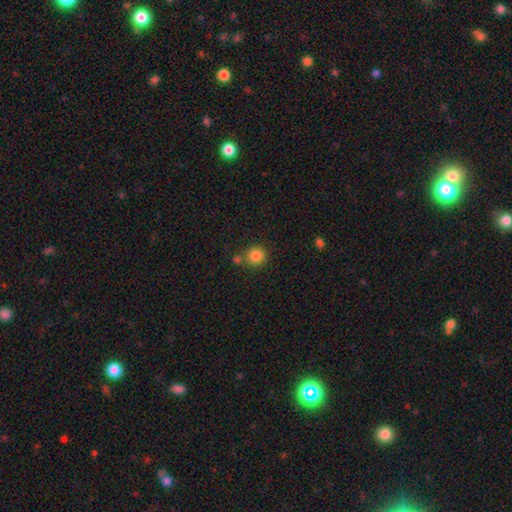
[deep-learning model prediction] Q: Smooth or featured?
A: smooth (84%); runner-up: star or artifact (11%)
Q: How rounded?
A: round (92%); runner-up: in between (7%)
Q: Merging?
A: none (73%); runner-up: merger (15%)